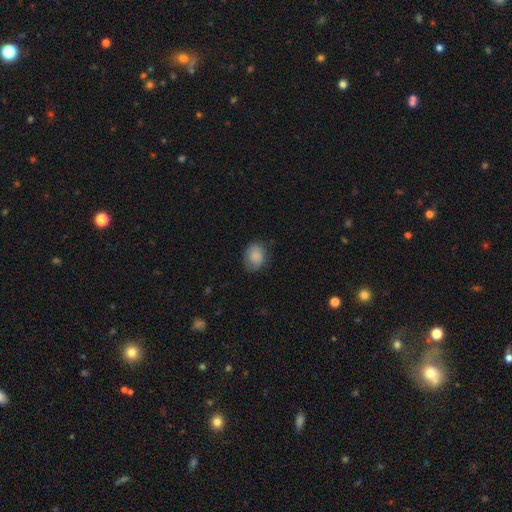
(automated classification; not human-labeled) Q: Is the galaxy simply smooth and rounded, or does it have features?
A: smooth — 87%.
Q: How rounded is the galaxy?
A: in between — 50%.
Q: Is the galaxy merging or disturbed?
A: none — 75%.